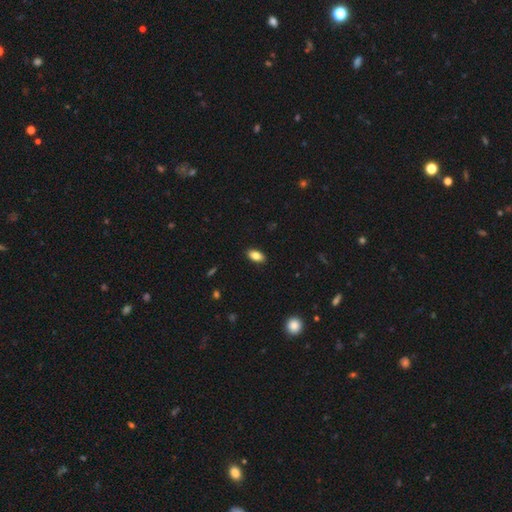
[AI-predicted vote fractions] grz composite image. It shows a smooth galaxy with no disk features (83%) that is in between round and cigar-shaped (91%). Merging: none (89%).